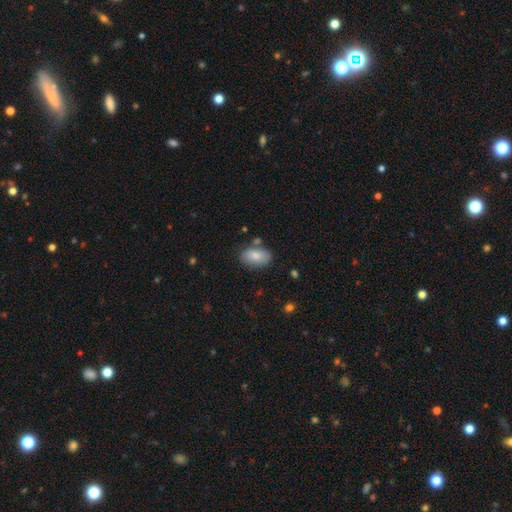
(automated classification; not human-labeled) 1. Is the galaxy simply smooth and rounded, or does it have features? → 80% smooth, 14% featured or disk, 7% star or artifact.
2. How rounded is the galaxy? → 92% in between, 6% round, 2% cigar-shaped.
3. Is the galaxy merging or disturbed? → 74% none, 16% minor disturbance, 6% merger, 4% major disturbance.